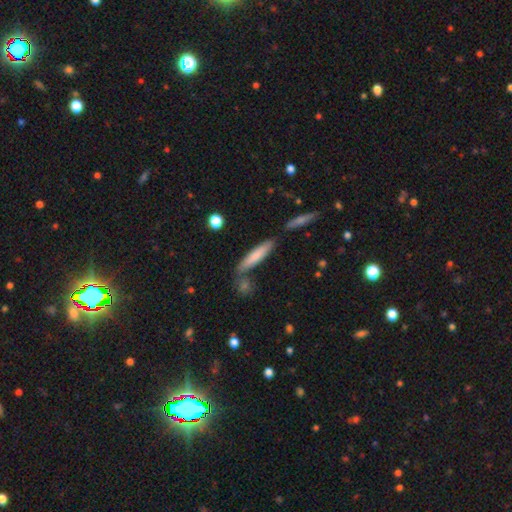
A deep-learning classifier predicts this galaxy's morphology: smooth_or_featured: smooth (p=0.75) [alt: featured or disk p=0.19]
how_rounded: cigar-shaped (p=0.82) [alt: in between p=0.17]
merging: none (p=0.67) [alt: minor disturbance p=0.15]